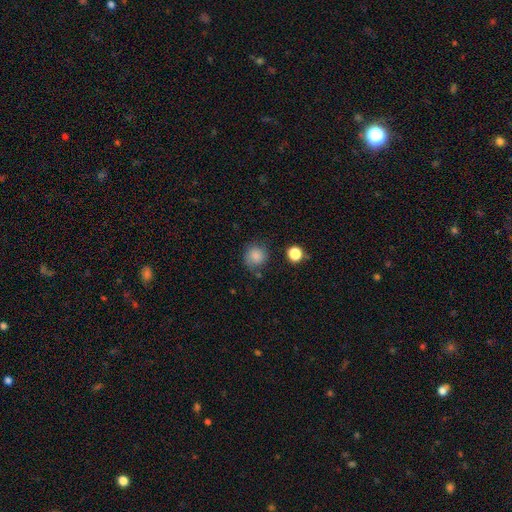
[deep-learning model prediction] Overall: smooth (82%). How rounded: round (88%). Merging: none (72%).